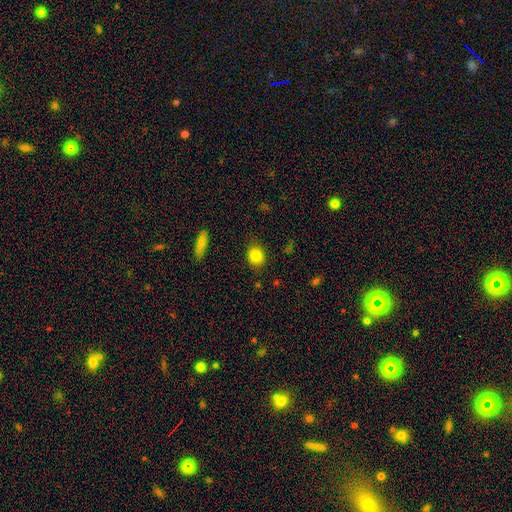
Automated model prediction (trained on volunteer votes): Q: Smooth or featured?
A: smooth (84%); runner-up: star or artifact (10%)
Q: How rounded?
A: round (59%); runner-up: in between (40%)
Q: Merging?
A: none (84%); runner-up: minor disturbance (11%)